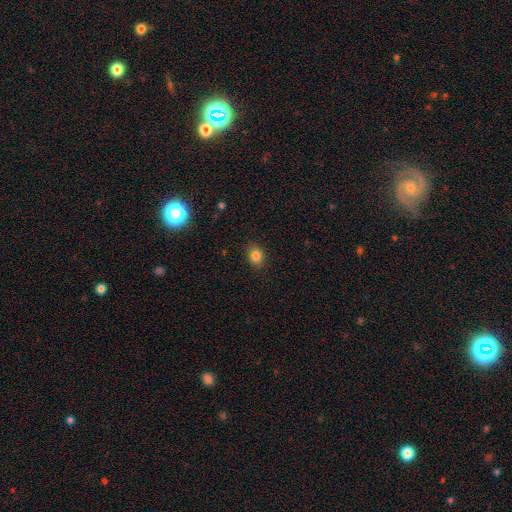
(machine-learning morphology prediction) Smooth or featured: smooth — 76% (star or artifact — 16%)
How rounded: in between — 59% (round — 39%)
Merging: none — 69% (minor disturbance — 16%)